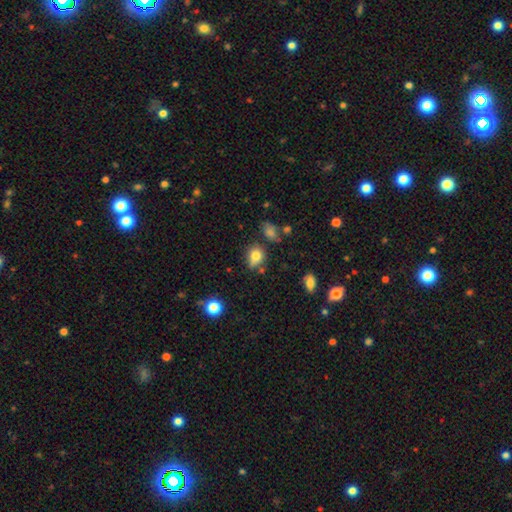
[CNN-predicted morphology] smooth-or-featured: smooth: 79% | star or artifact: 12% | featured or disk: 9%
  how-rounded: round: 56% | in between: 42% | cigar-shaped: 1%
  merging: none: 56% | minor disturbance: 27% | merger: 9% | major disturbance: 8%